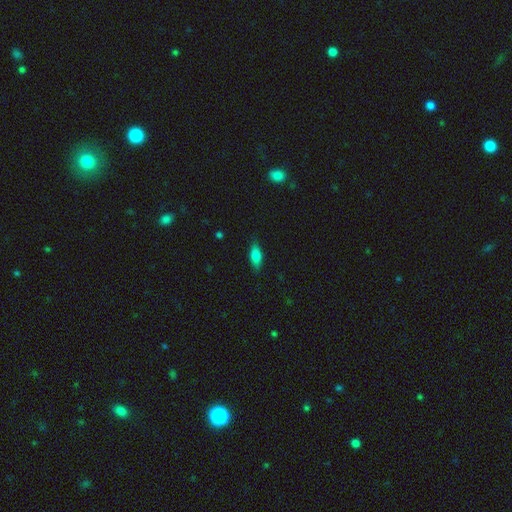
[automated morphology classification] smooth_or_featured: smooth (p=0.74) [alt: featured or disk p=0.18]
how_rounded: in between (p=0.71) [alt: cigar-shaped p=0.25]
merging: none (p=0.83) [alt: minor disturbance p=0.13]